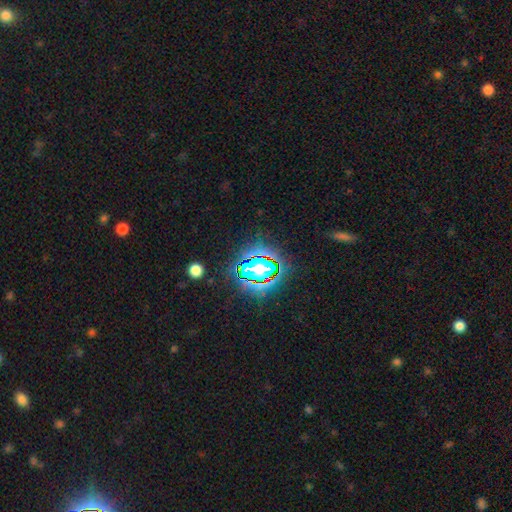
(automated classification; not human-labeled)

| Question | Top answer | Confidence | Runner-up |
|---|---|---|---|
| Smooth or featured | star or artifact | 80% | smooth (12%) |